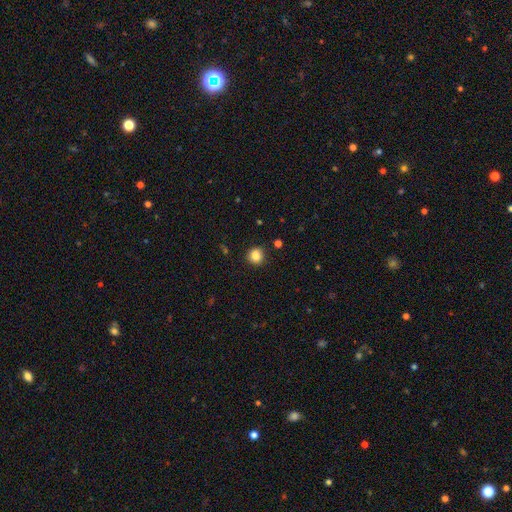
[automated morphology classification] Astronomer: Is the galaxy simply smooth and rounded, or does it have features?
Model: smooth — 85%.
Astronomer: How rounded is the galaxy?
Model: round — 85%.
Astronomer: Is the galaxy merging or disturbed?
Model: none — 86%.